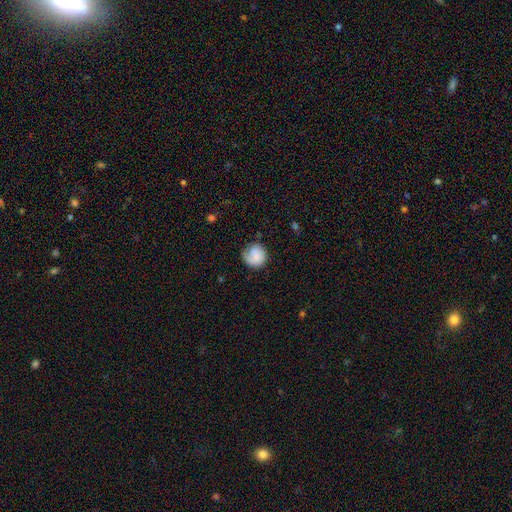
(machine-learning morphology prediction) smooth-or-featured: smooth: 61% | featured or disk: 31% | star or artifact: 8%
  how-rounded: round: 86% | in between: 13% | cigar-shaped: 1%
  merging: none: 63% | minor disturbance: 23% | major disturbance: 11% | merger: 2%